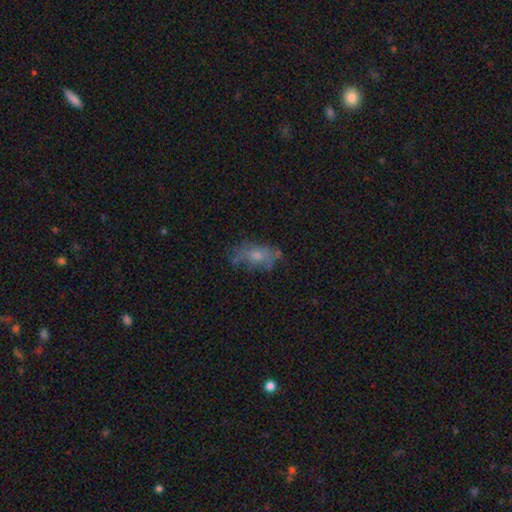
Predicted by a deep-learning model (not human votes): Morphology: type=smooth (50%); merging=none (58%).